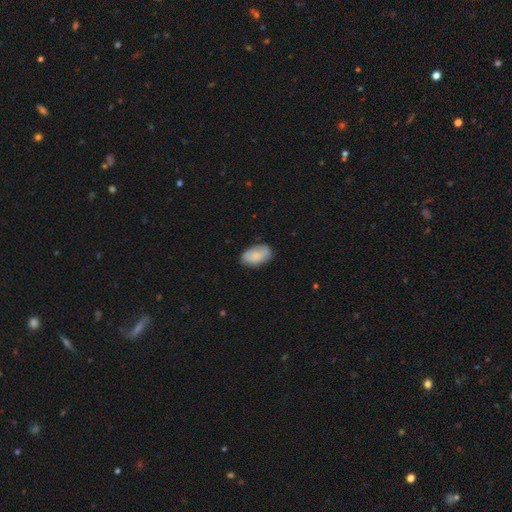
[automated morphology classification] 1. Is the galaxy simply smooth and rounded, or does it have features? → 82% smooth, 12% featured or disk, 6% star or artifact.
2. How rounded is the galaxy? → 93% in between, 5% round, 2% cigar-shaped.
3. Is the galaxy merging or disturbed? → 75% none, 20% minor disturbance, 4% major disturbance, 1% merger.